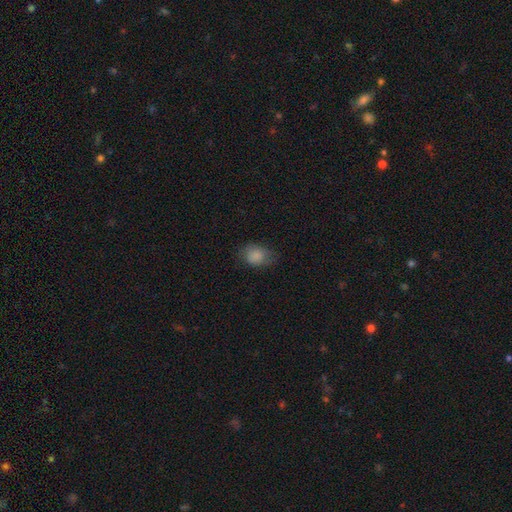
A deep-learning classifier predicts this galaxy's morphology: smooth_or_featured: smooth (p=0.85) [alt: star or artifact p=0.09]
how_rounded: in between (p=0.58) [alt: round p=0.41]
merging: none (p=0.67) [alt: minor disturbance p=0.25]